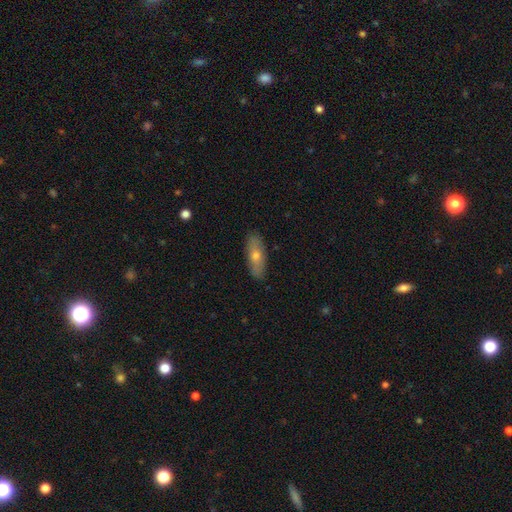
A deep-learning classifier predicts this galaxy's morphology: This is possibly a smooth galaxy (60%). How rounded: possibly in between (58%). Merging: clearly none (87%).